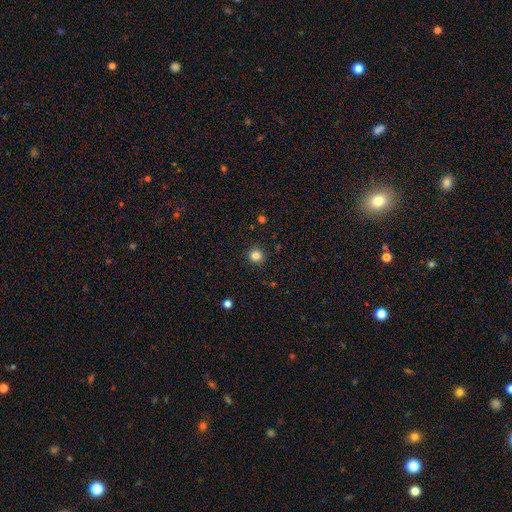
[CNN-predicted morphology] smooth_or_featured: smooth (p=0.83) [alt: star or artifact p=0.12]
how_rounded: round (p=0.91) [alt: in between p=0.08]
merging: none (p=0.90) [alt: minor disturbance p=0.07]